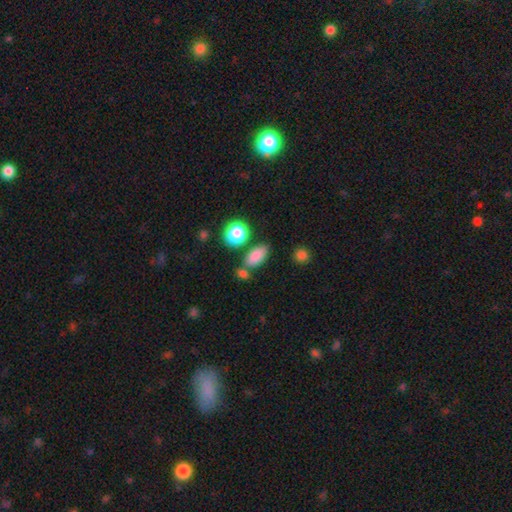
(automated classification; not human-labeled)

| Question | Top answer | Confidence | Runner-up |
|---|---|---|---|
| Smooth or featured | smooth | 84% | star or artifact (10%) |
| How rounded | in between | 86% | round (9%) |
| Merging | none | 67% | minor disturbance (15%) |